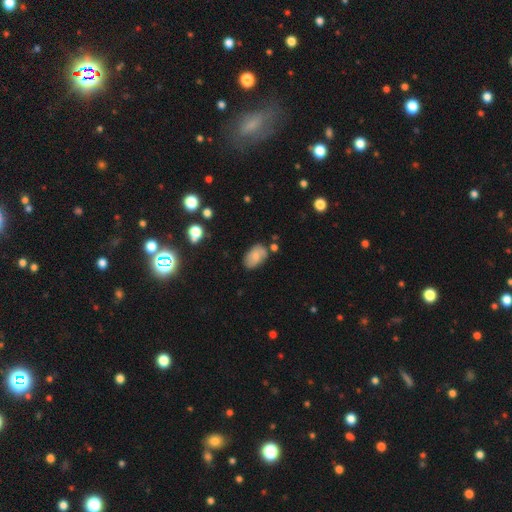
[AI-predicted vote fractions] smooth 70%, featured or disk 21%, star or artifact 9%. Down the decision tree: how rounded — in between (90%); merging — none (68%).